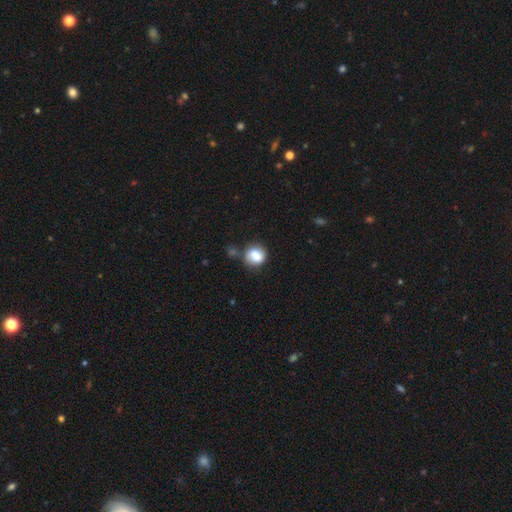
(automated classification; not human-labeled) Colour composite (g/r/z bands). It shows a smooth galaxy with no disk features (79%) that is round (69%). Merging: none (57%).